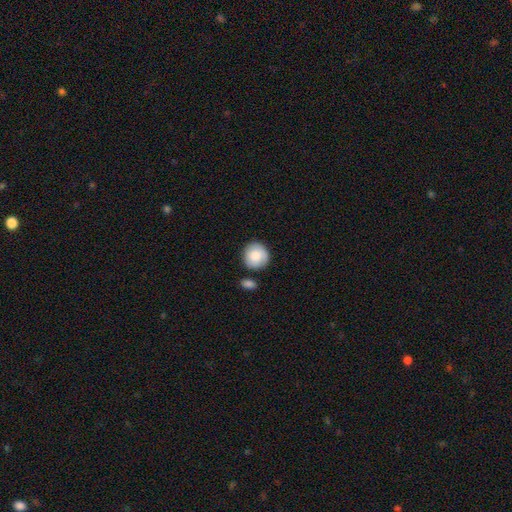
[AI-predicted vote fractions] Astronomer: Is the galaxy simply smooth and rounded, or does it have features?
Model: smooth — 86%.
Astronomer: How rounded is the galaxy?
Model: round — 91%.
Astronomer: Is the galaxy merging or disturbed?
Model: none — 75%.